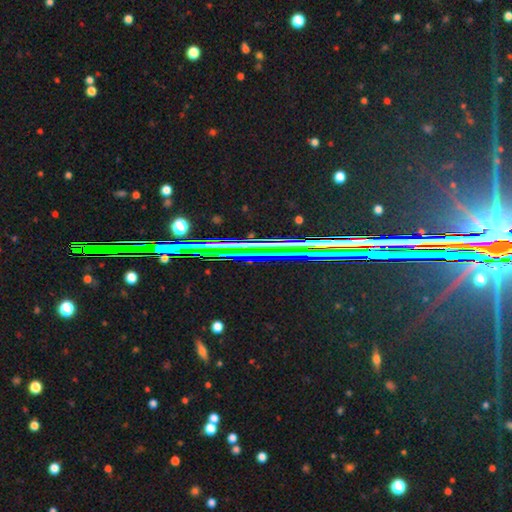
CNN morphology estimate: A star or artifact, not a galaxy (78%).